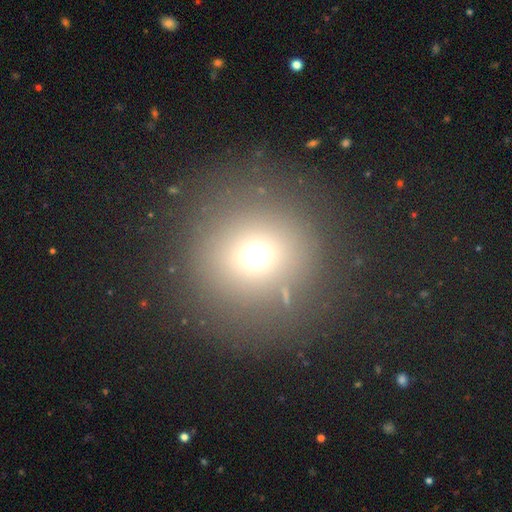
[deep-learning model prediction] Q: Smooth or featured?
A: smooth (65%); runner-up: star or artifact (24%)
Q: How rounded?
A: round (94%); runner-up: in between (5%)
Q: Merging?
A: none (84%); runner-up: minor disturbance (8%)